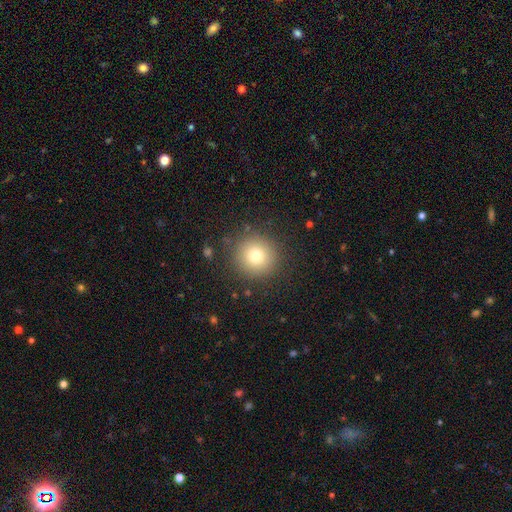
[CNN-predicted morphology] The model was most divided on "smooth or featured": smooth: 76%, star or artifact: 14%, featured or disk: 10%. More confident: how rounded — round (95%); merging — none (88%).